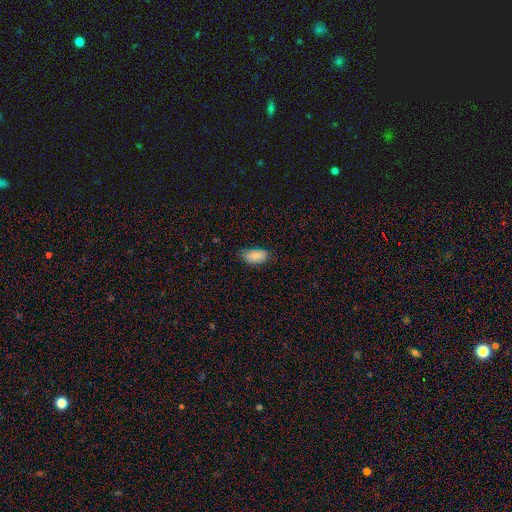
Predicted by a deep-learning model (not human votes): Smooth or featured?
  - smooth: 88% *
  - star or artifact: 7%
  - featured or disk: 6%
How rounded?
  - in between: 94% *
  - round: 3%
  - cigar-shaped: 3%
Merging?
  - none: 75% *
  - minor disturbance: 20%
  - major disturbance: 4%
  - merger: 1%